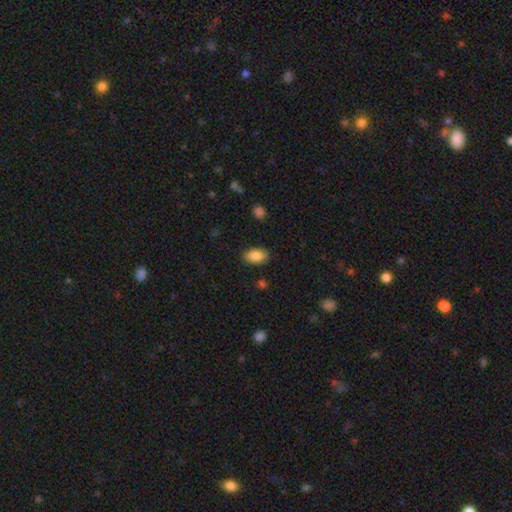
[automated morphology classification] The model was most divided on "merging": none: 85%, minor disturbance: 10%, major disturbance: 3%, merger: 1%. More confident: how rounded — in between (92%); smooth or featured — smooth (87%).